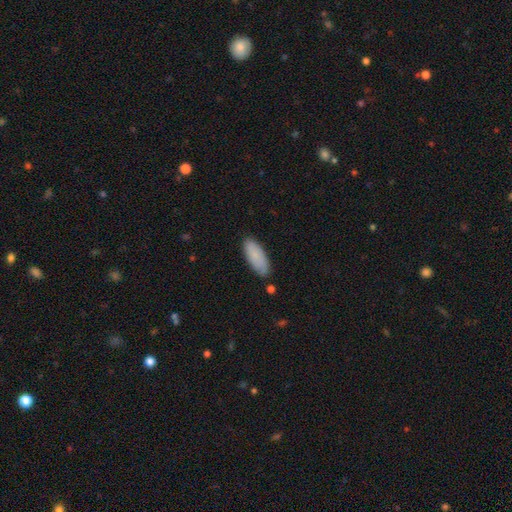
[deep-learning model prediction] Smooth or featured? Predicted: smooth (p=0.82). How rounded? Predicted: in between (p=0.77). Merging? Predicted: none (p=0.78).